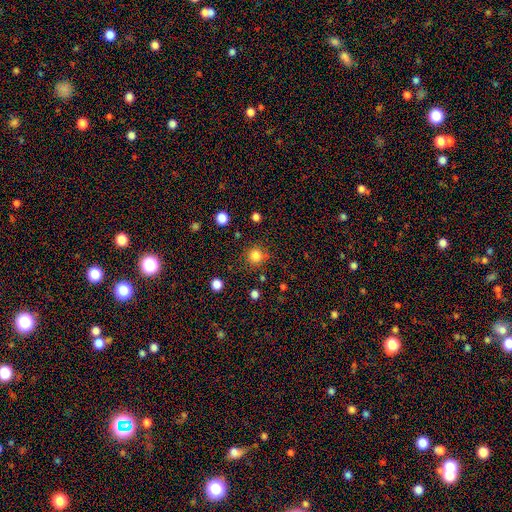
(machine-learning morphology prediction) Q: Smooth or featured?
A: smooth (82%); runner-up: star or artifact (13%)
Q: How rounded?
A: round (93%); runner-up: in between (6%)
Q: Merging?
A: none (84%); runner-up: minor disturbance (9%)